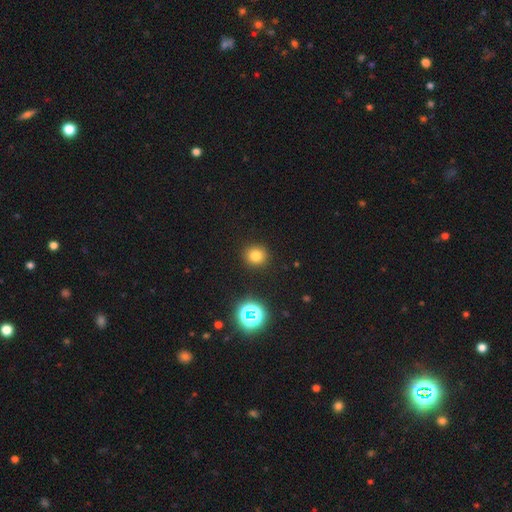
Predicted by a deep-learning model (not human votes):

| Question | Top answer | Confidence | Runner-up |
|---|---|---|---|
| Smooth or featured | smooth | 76% | star or artifact (18%) |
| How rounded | round | 89% | in between (10%) |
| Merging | none | 91% | minor disturbance (6%) |